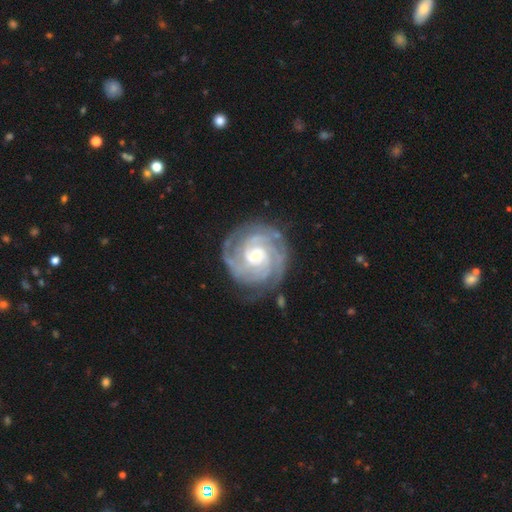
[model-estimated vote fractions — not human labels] Q: Smooth or featured?
A: featured or disk (90%); runner-up: smooth (5%)
Q: Edge-on disk?
A: no (98%); runner-up: yes (2%)
Q: Bar?
A: no (62%); runner-up: weak (29%)
Q: Spiral arms?
A: yes (98%); runner-up: no (2%)
Q: Spiral winding?
A: tight (77%); runner-up: medium (20%)
Q: Spiral arm count?
A: 3 (28%); runner-up: 2 (21%)
Q: Bulge size?
A: small (60%); runner-up: moderate (35%)
Q: Merging?
A: none (79%); runner-up: minor disturbance (14%)